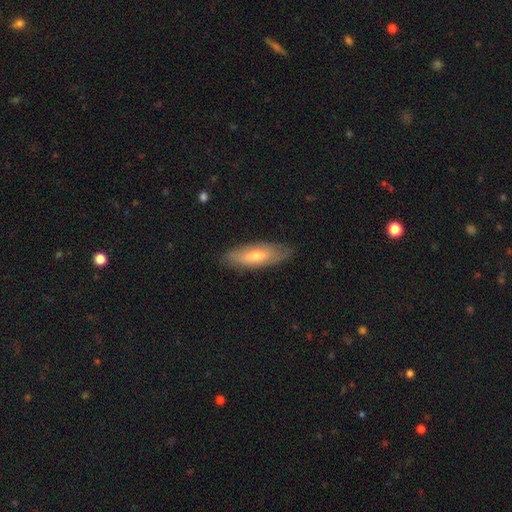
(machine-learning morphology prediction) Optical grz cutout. It shows a smooth galaxy with no disk features (57%) that is in between round and cigar-shaped (57%). Merging: none (82%).